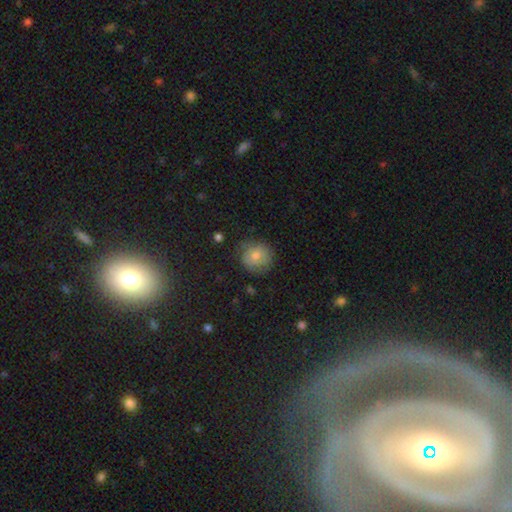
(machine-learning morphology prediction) A smooth galaxy with no disk features (64%) that is round (86%).

Vote fractions:
- Smooth or featured? smooth: 64% / featured or disk: 24% / star or artifact: 12%
- How rounded? round: 86% / in between: 13% / cigar-shaped: 1%
- Merging? none: 74% / minor disturbance: 19% / major disturbance: 5% / merger: 1%